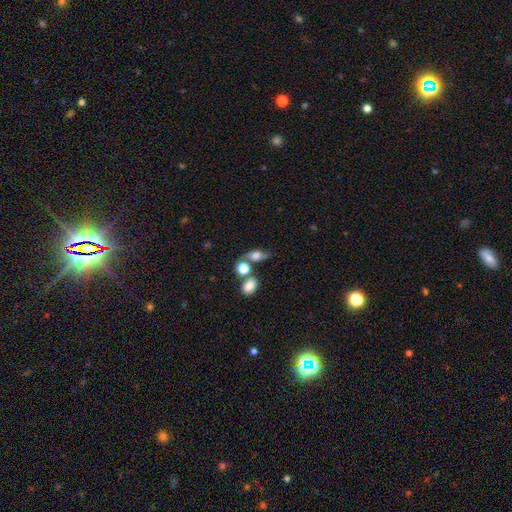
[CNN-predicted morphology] smooth-or-featured: smooth: 59% | featured or disk: 30% | star or artifact: 11%
  how-rounded: in between: 64% | round: 28% | cigar-shaped: 8%
  merging: none: 50% | merger: 23% | minor disturbance: 18% | major disturbance: 9%